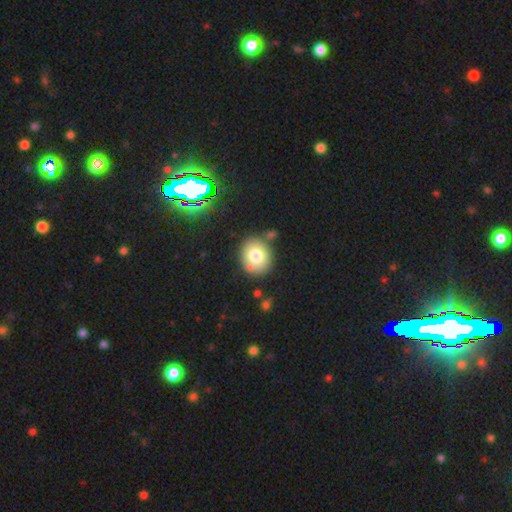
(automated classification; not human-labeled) Smooth or featured? Predicted: smooth (p=0.76). How rounded? Predicted: round (p=0.76). Merging? Predicted: none (p=0.78).